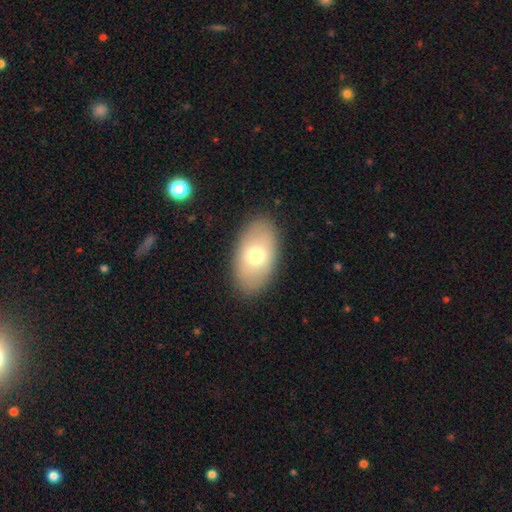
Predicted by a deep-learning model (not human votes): Smooth or featured?
  - smooth: 69% *
  - featured or disk: 24%
  - star or artifact: 8%
How rounded?
  - in between: 92% *
  - round: 6%
  - cigar-shaped: 2%
Merging?
  - none: 87% *
  - minor disturbance: 9%
  - major disturbance: 3%
  - merger: 1%